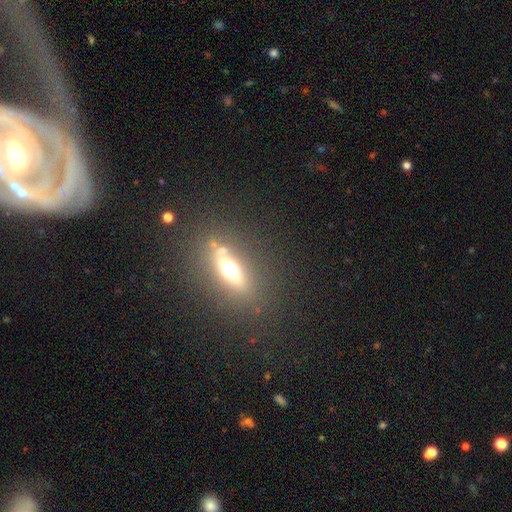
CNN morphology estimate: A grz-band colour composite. It shows a featured or disk galaxy (53%). Merging: none (76%).